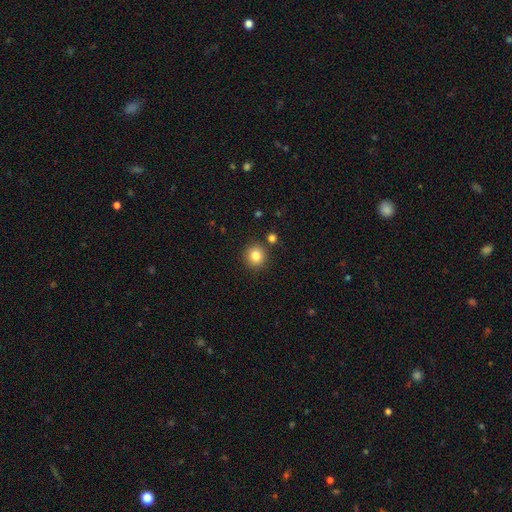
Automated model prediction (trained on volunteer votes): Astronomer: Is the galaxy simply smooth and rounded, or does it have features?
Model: smooth — 83%.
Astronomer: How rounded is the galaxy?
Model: round — 91%.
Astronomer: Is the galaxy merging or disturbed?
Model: none — 86%.